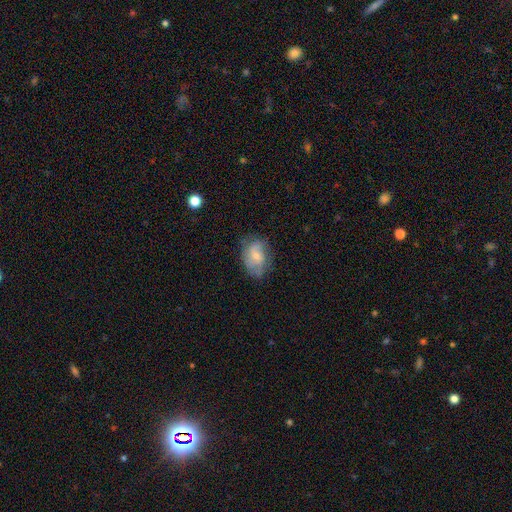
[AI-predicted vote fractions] Smooth or featured: smooth — 53% (featured or disk — 40%)
How rounded: in between — 76% (round — 23%)
Merging: none — 60% (minor disturbance — 28%)